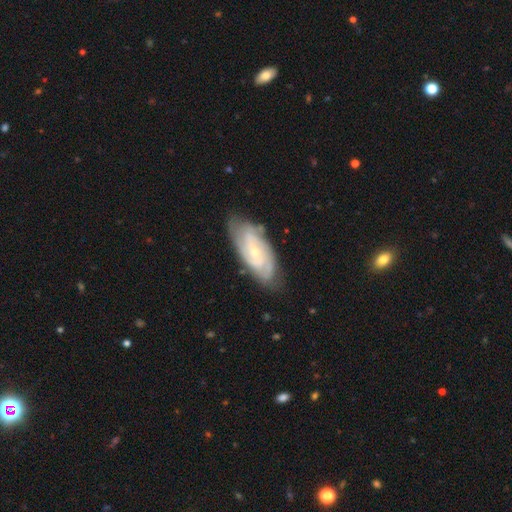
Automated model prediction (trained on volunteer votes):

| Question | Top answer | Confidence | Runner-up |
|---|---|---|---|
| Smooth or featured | featured or disk | 77% | smooth (17%) |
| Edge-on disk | no | 91% | yes (9%) |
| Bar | no | 58% | weak (34%) |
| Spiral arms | yes | 93% | no (7%) |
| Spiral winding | tight | 61% | medium (31%) |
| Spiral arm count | can't tell | 34% | 2 (31%) |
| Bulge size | small | 72% | moderate (24%) |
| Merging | none | 79% | minor disturbance (16%) |